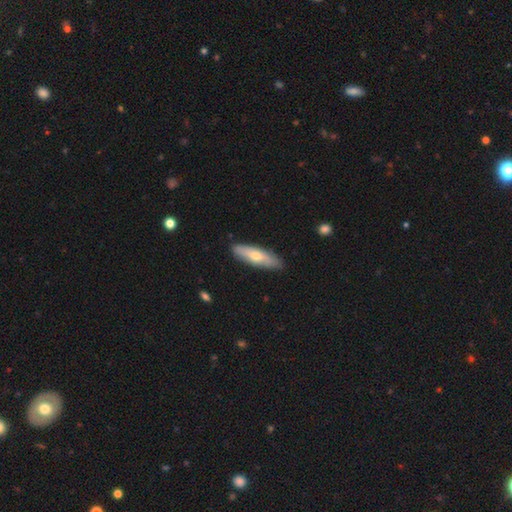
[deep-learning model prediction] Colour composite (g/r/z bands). It shows a smooth galaxy with no disk features (59%) that is cigar-shaped (62%). Merging: none (87%).